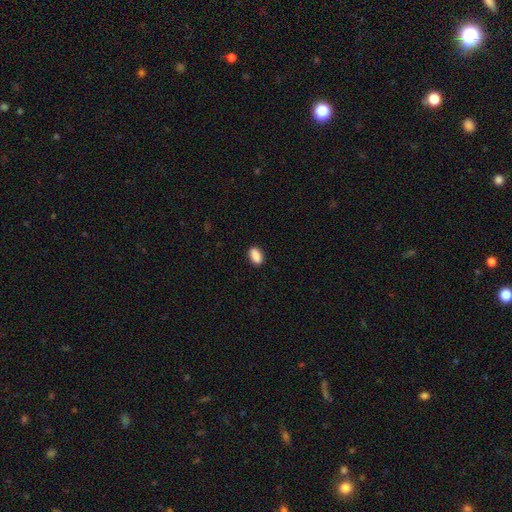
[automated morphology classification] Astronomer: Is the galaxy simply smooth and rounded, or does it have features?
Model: smooth — 90%.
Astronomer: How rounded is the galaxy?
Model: in between — 91%.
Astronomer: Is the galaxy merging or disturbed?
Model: none — 89%.